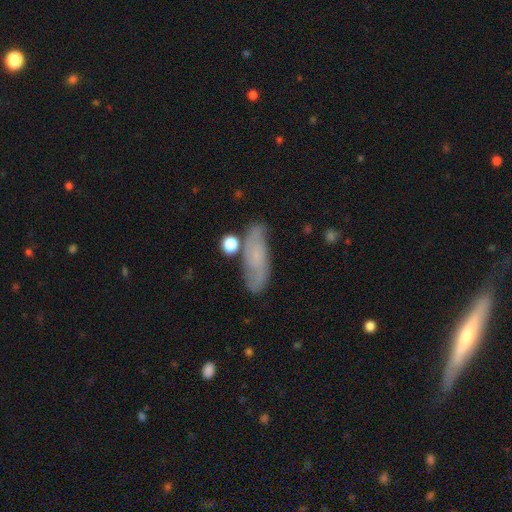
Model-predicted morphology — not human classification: This is possibly a smooth galaxy (45%). Merging: likely none (69%).